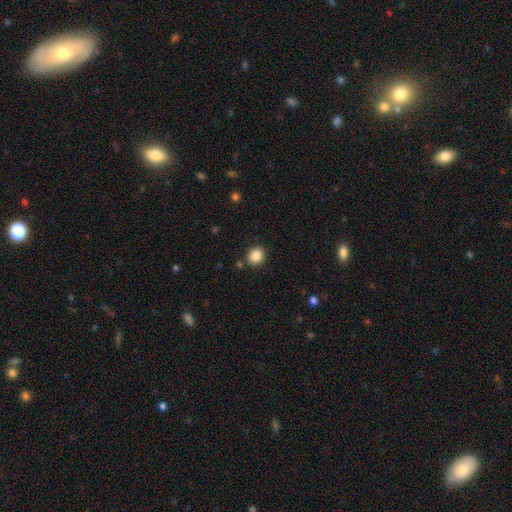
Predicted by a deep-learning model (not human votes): A smooth galaxy with no disk features (86%) that is round (84%).

Vote fractions:
- Smooth or featured? smooth: 86% / star or artifact: 10% / featured or disk: 4%
- How rounded? round: 84% / in between: 15% / cigar-shaped: 1%
- Merging? none: 87% / minor disturbance: 7% / merger: 3% / major disturbance: 2%